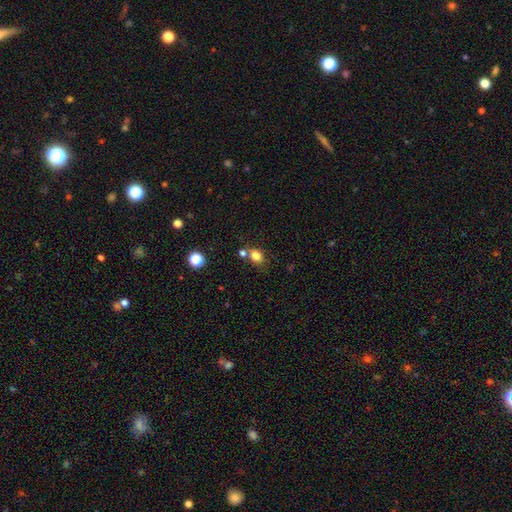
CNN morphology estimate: Smooth or featured?
  - smooth: 81% *
  - star or artifact: 13%
  - featured or disk: 7%
How rounded?
  - in between: 50% *
  - round: 48%
  - cigar-shaped: 1%
Merging?
  - none: 62% *
  - merger: 20%
  - minor disturbance: 13%
  - major disturbance: 4%